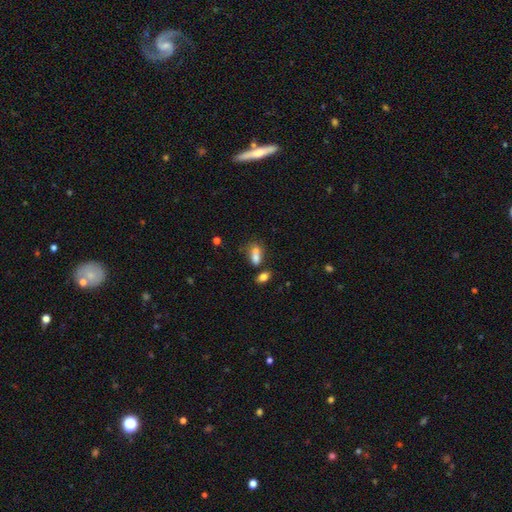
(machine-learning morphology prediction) smooth_or_featured: smooth (p=0.74) [alt: featured or disk p=0.14]
how_rounded: in between (p=0.75) [alt: round p=0.14]
merging: merger (p=0.45) [alt: none p=0.32]